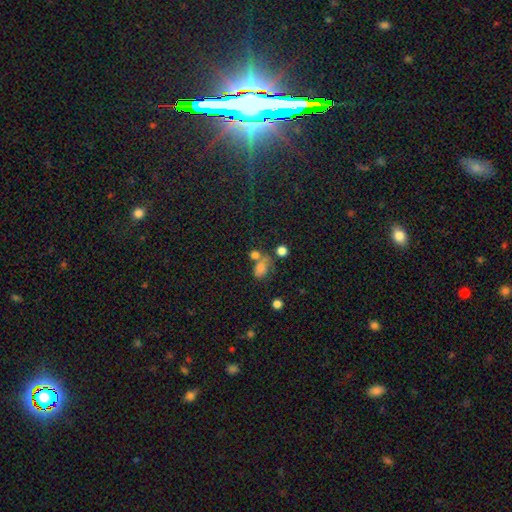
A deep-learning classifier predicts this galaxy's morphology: Smooth or featured? Predicted: smooth (p=0.71). How rounded? Predicted: in between (p=0.63). Merging? Predicted: merger (p=0.41).